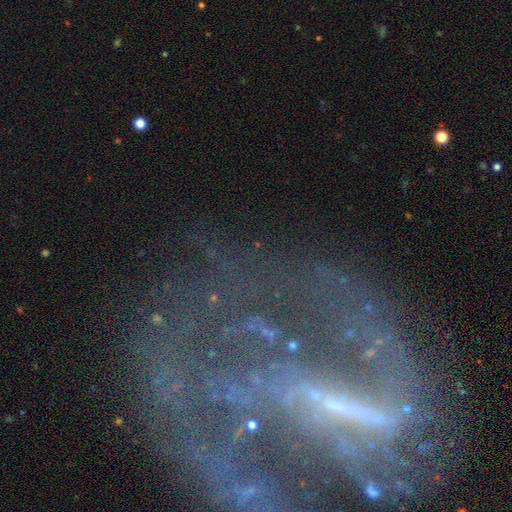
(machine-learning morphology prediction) A featured or disk galaxy (74%) with a strong bar (47%), spiral arms (63%) and a small central bulge (43%). Merging: none (47%).